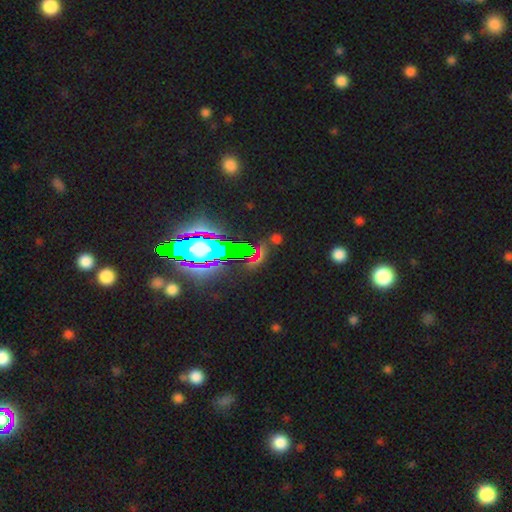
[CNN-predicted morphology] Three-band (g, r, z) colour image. It shows a star or artifact, not a galaxy (60%).